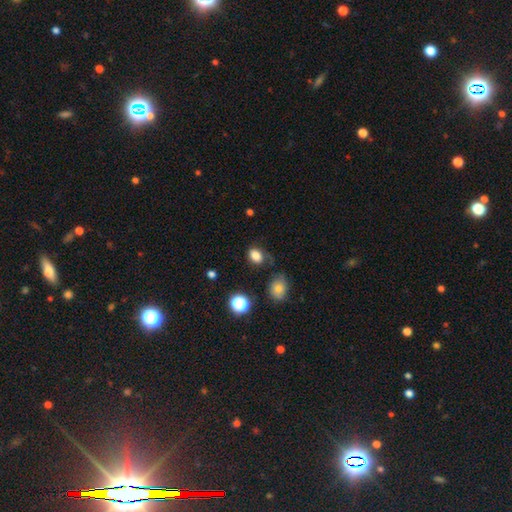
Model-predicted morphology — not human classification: This appears to be a smooth galaxy with no disk features (80%) that is in between round and cigar-shaped (71%). Merging: none (61%).